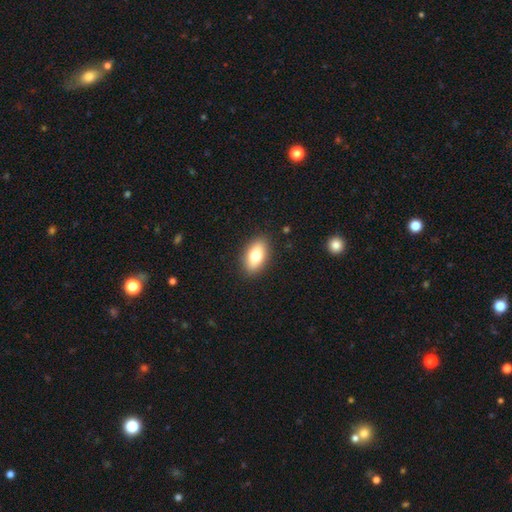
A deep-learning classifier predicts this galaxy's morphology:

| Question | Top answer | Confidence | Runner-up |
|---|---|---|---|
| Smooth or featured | smooth | 75% | featured or disk (17%) |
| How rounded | in between | 88% | round (7%) |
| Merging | none | 88% | minor disturbance (9%) |